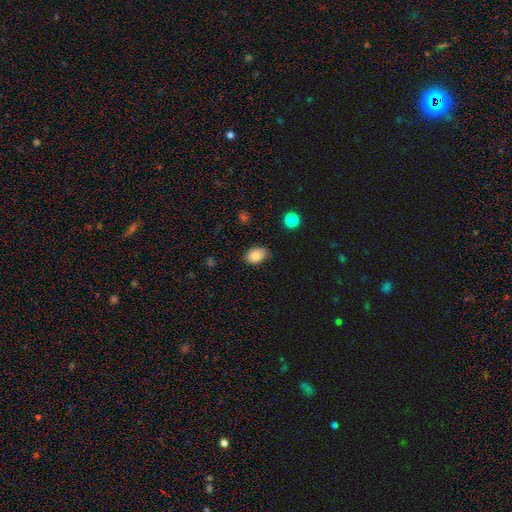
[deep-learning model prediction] Smooth or featured?
  - smooth: 86% *
  - star or artifact: 8%
  - featured or disk: 6%
How rounded?
  - in between: 81% *
  - round: 18%
  - cigar-shaped: 1%
Merging?
  - none: 78% *
  - minor disturbance: 17%
  - major disturbance: 3%
  - merger: 1%